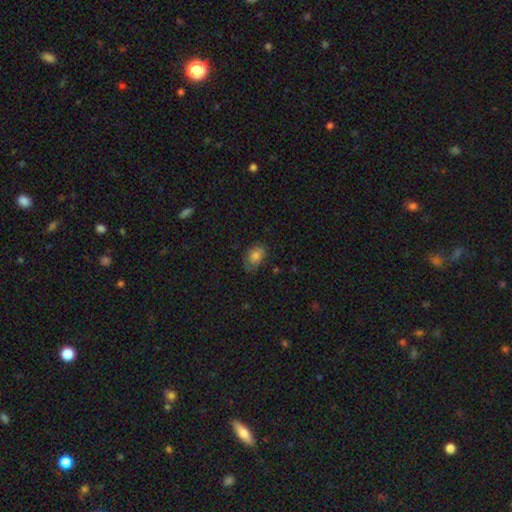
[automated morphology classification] type=smooth (81%); roundness=in between (83%); merging=none (71%).